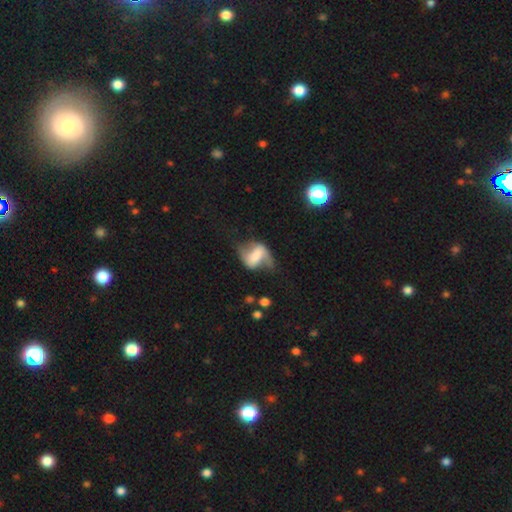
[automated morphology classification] This is likely a featured or disk galaxy (66%). It is clearly not viewed edge-on (95%). Bar: marginally strong (41%). Spiral arm pattern: clearly yes (82%). Spiral arm count: clearly 2 (85%). Spiral winding: likely loose (65%). Central bulge: marginally moderate (31%). Merging: possibly none (47%).